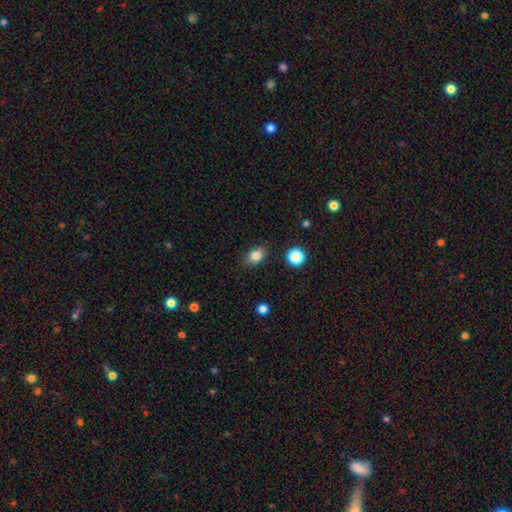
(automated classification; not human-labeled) Overall: smooth (82%). How rounded: in between (74%). Merging: none (81%).